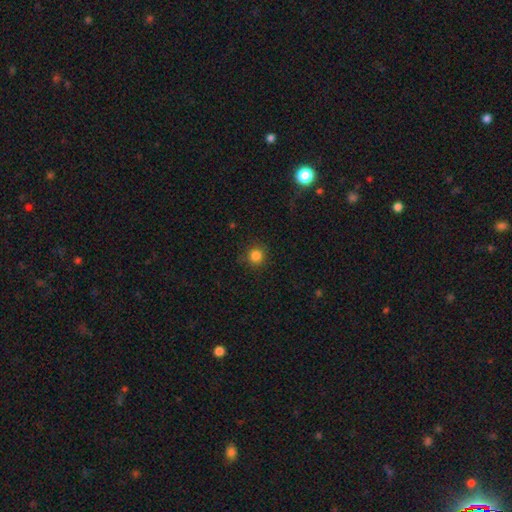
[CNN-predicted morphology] smooth-or-featured: smooth: 84% | star or artifact: 13% | featured or disk: 4%
  how-rounded: round: 93% | in between: 6% | cigar-shaped: 1%
  merging: none: 88% | minor disturbance: 8% | major disturbance: 3% | merger: 1%